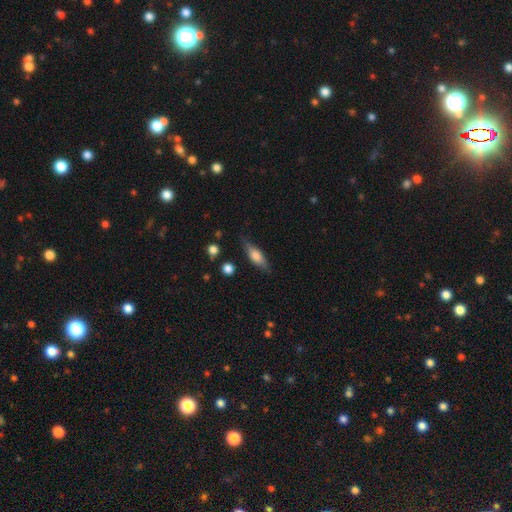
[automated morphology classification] Smooth or featured: smooth — 68% (featured or disk — 26%)
How rounded: in between — 60% (cigar-shaped — 37%)
Merging: none — 75% (minor disturbance — 18%)